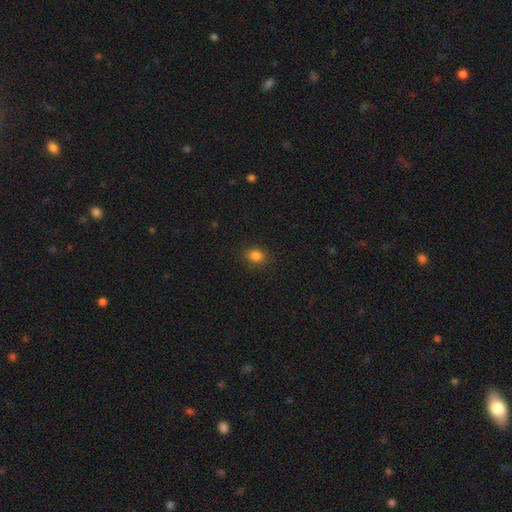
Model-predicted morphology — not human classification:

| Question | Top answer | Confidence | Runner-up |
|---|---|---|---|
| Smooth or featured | smooth | 83% | star or artifact (13%) |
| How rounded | round | 53% | in between (46%) |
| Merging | none | 86% | minor disturbance (10%) |